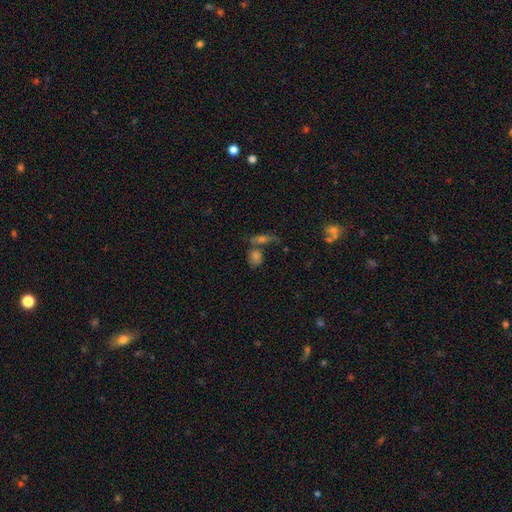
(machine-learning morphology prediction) This is possibly a smooth galaxy (55%). How rounded: possibly in between (47%). Merging: possibly none (55%).